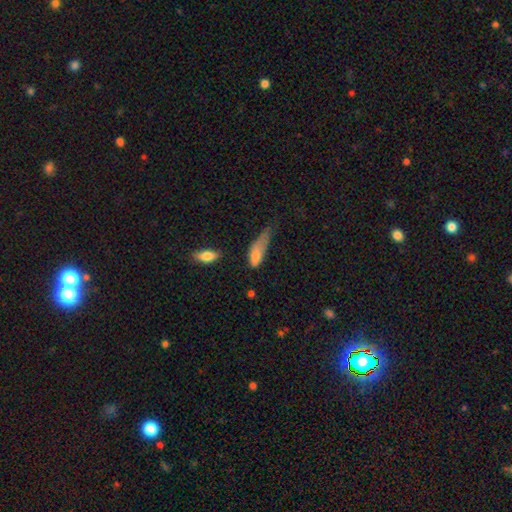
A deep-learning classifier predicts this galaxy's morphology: This appears to be a smooth galaxy with no disk features (74%) that is in between round and cigar-shaped (68%). Merging: major disturbance (46%).